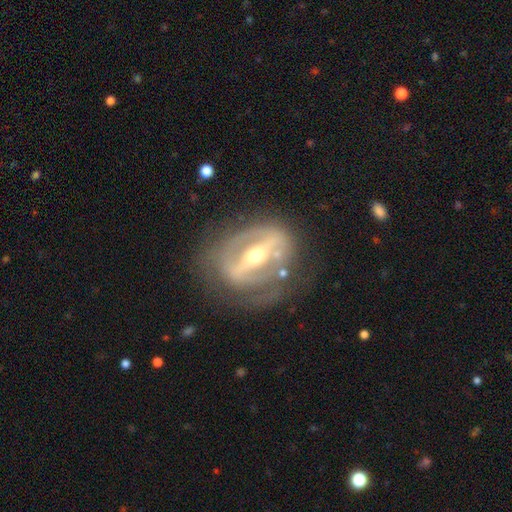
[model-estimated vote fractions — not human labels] smooth-or-featured: featured or disk: 83% | smooth: 10% | star or artifact: 6%
  disk-edge-on: no: 85% | yes: 15%
    bar: strong: 79% | weak: 14% | no: 7%
    has-spiral-arms: yes: 50% (tied) | no: 50% (tied)
    bulge-size: moderate: 59% | small: 35% | large: 4% | dominant: 1% | none: 1%
  merging: none: 67% | minor disturbance: 18% | major disturbance: 13% | merger: 3%